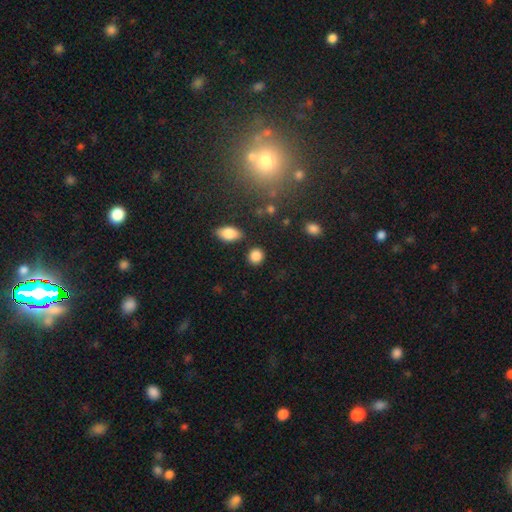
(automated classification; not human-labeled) This appears to be a smooth galaxy with no disk features (86%) that is round (78%). Merging: none (83%).